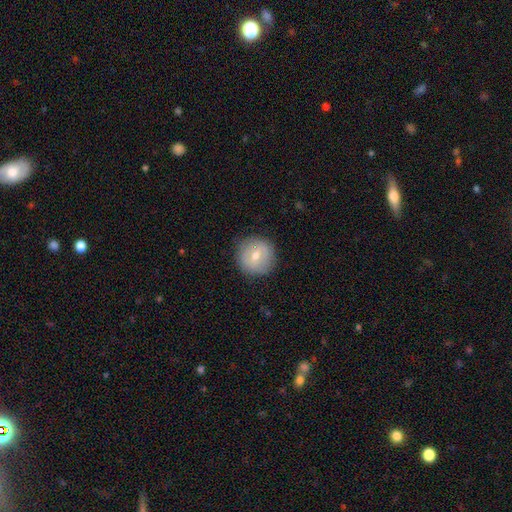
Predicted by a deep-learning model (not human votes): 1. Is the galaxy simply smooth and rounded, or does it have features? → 61% smooth, 32% featured or disk, 8% star or artifact.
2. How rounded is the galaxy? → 93% round, 6% in between, 1% cigar-shaped.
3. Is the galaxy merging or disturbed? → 86% none, 10% minor disturbance, 3% major disturbance, 1% merger.